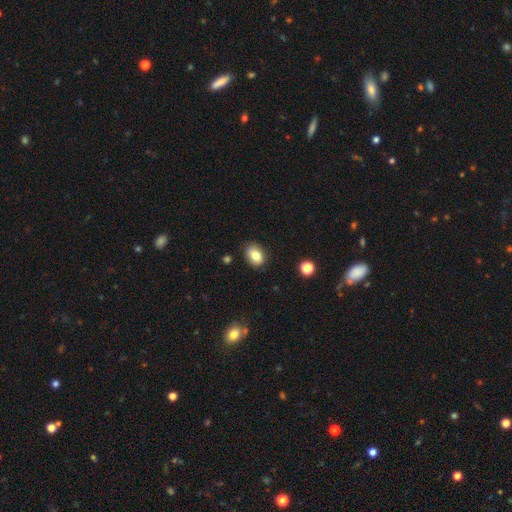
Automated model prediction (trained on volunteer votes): This is likely a smooth galaxy (80%). How rounded: likely in between (75%). Merging: clearly none (83%).